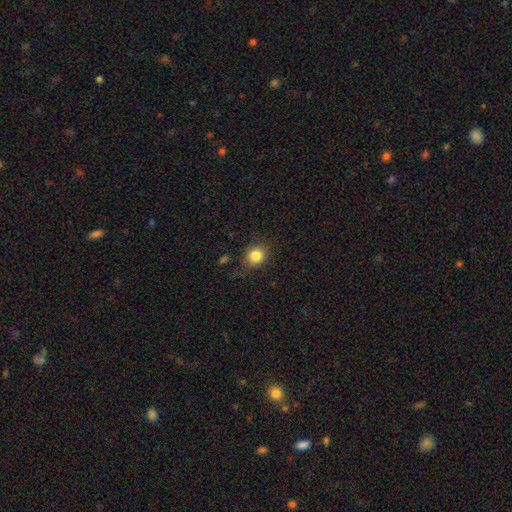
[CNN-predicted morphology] A smooth galaxy with no disk features (84%) that is round (76%). Merging: none (81%).